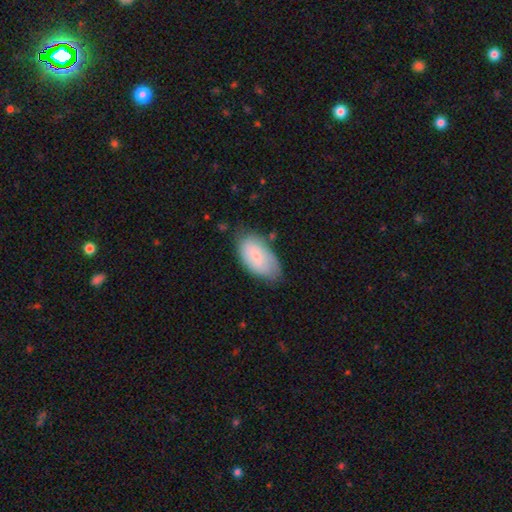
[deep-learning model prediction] Smooth or featured: smooth — 77% (featured or disk — 17%)
How rounded: in between — 95% (round — 3%)
Merging: none — 67% (minor disturbance — 25%)